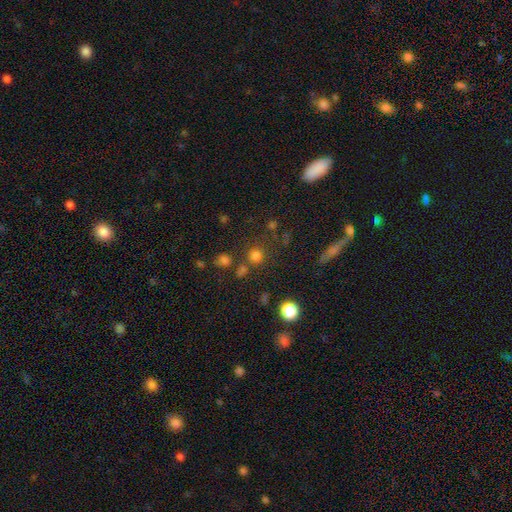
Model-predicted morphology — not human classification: Q: Smooth or featured?
A: smooth (75%); runner-up: star or artifact (20%)
Q: How rounded?
A: round (92%); runner-up: in between (7%)
Q: Merging?
A: none (77%); runner-up: merger (10%)